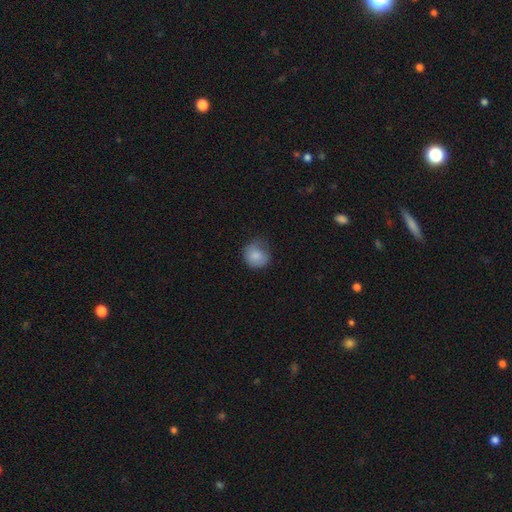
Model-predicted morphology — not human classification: smooth-or-featured: smooth: 84% | featured or disk: 8% | star or artifact: 8%
  how-rounded: round: 82% | in between: 17% | cigar-shaped: 1%
  merging: none: 58% | minor disturbance: 30% | major disturbance: 10% | merger: 1%